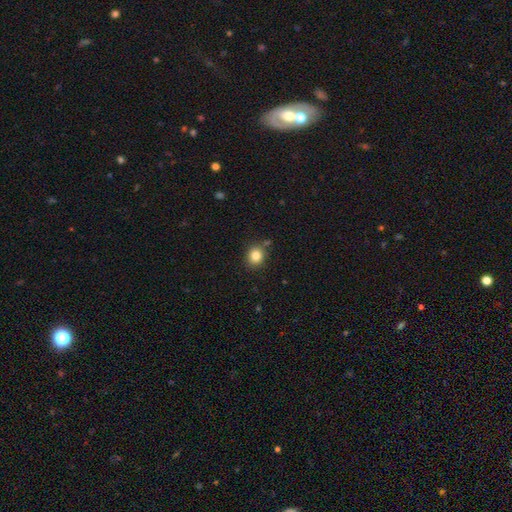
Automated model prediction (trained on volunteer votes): Q: Smooth or featured?
A: smooth (83%); runner-up: star or artifact (11%)
Q: How rounded?
A: round (76%); runner-up: in between (23%)
Q: Merging?
A: none (81%); runner-up: minor disturbance (11%)